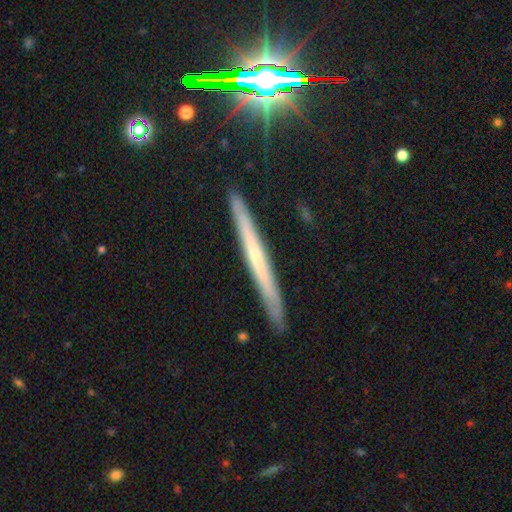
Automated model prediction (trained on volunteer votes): Smooth or featured?
  - featured or disk: 56% *
  - smooth: 35%
  - star or artifact: 9%
Edge-on disk?
  - yes: 95% *
  - no: 5%
Edge-on bulge?
  - none: 71% *
  - rounded: 23%
  - boxy: 5%
Merging?
  - none: 90% *
  - minor disturbance: 7%
  - major disturbance: 1%
  - merger: 1%